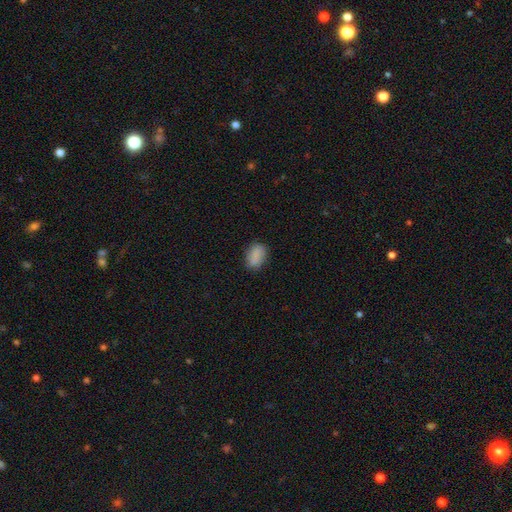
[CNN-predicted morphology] The model was most divided on "merging": none: 79%, minor disturbance: 16%, major disturbance: 4%, merger: 1%. More confident: how rounded — in between (86%); smooth or featured — smooth (86%).